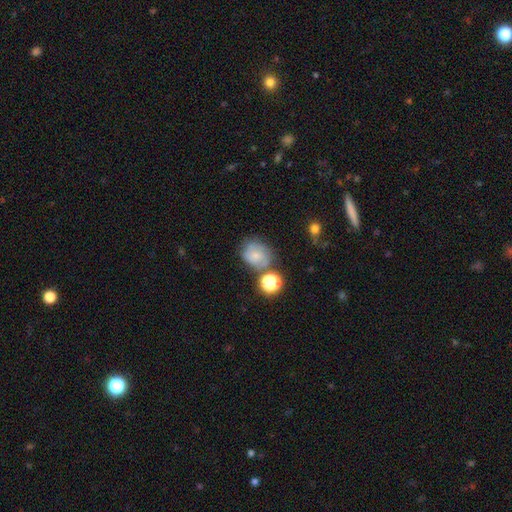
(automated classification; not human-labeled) smooth 56%, featured or disk 30%, star or artifact 14%. Down the decision tree: how rounded — round (65%); merging — none (54%).